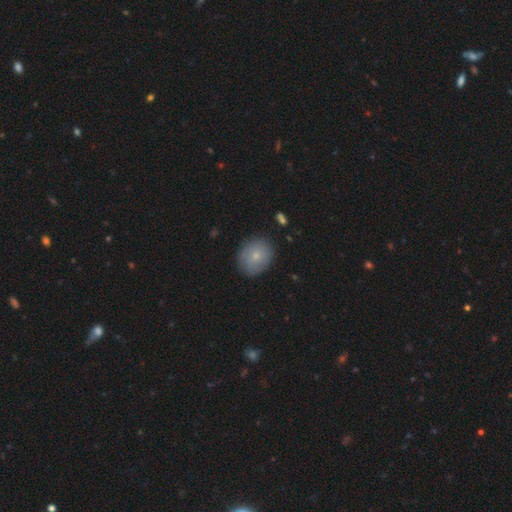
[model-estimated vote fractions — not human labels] Smooth or featured? smooth (74%)
How rounded? round (68%)
Merging? none (84%)